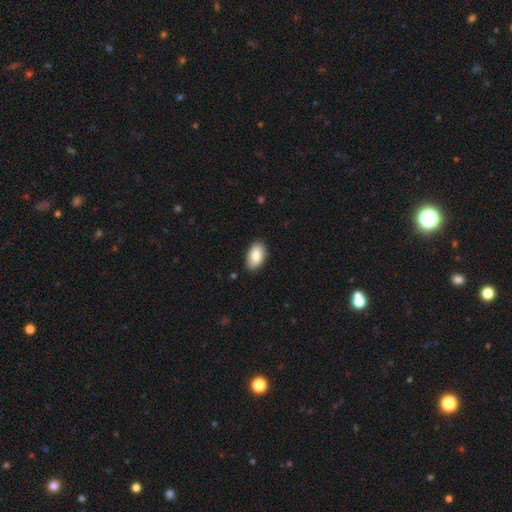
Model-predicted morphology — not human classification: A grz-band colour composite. It shows a smooth galaxy with no disk features (84%) that is in between round and cigar-shaped (94%). Merging: none (87%).